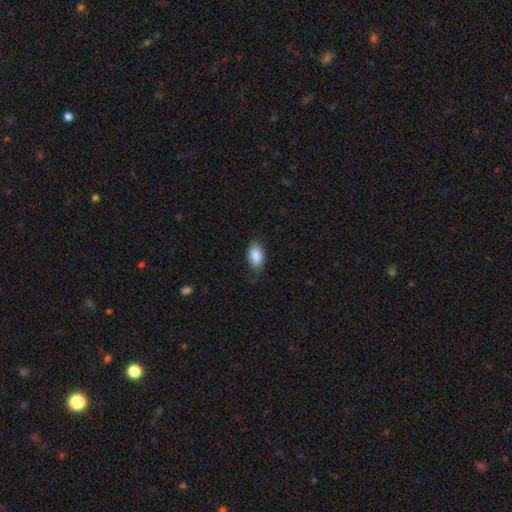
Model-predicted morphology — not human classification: type=smooth (88%); roundness=in between (93%); merging=none (78%).